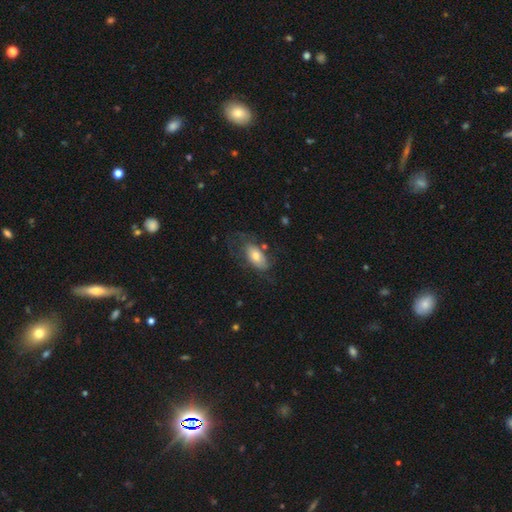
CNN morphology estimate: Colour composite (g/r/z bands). It shows a smooth galaxy with no disk features (62%) that is in between round and cigar-shaped (88%). Merging: none (48%).